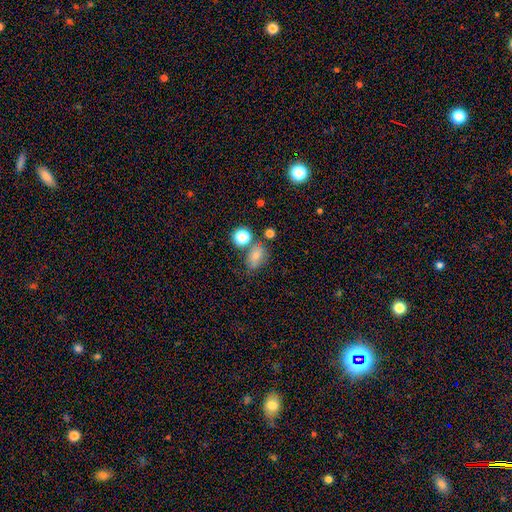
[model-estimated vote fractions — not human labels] Q: Smooth or featured?
A: smooth (72%); runner-up: star or artifact (17%)
Q: How rounded?
A: in between (66%); runner-up: round (32%)
Q: Merging?
A: none (58%); runner-up: minor disturbance (19%)